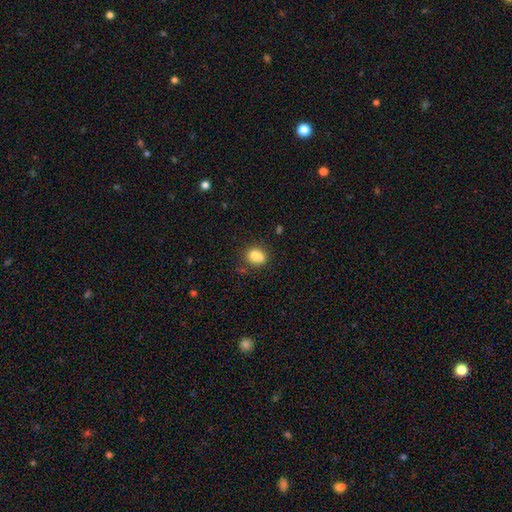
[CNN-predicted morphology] Smooth or featured: smooth — 78% (featured or disk — 11%)
How rounded: round — 56% (in between — 43%)
Merging: none — 52% (merger — 24%)